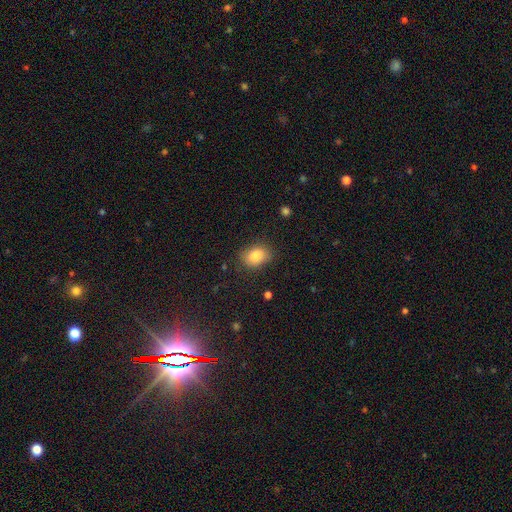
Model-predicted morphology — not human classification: smooth 84%, star or artifact 9%, featured or disk 7%. Down the decision tree: how rounded — in between (68%); merging — none (81%).